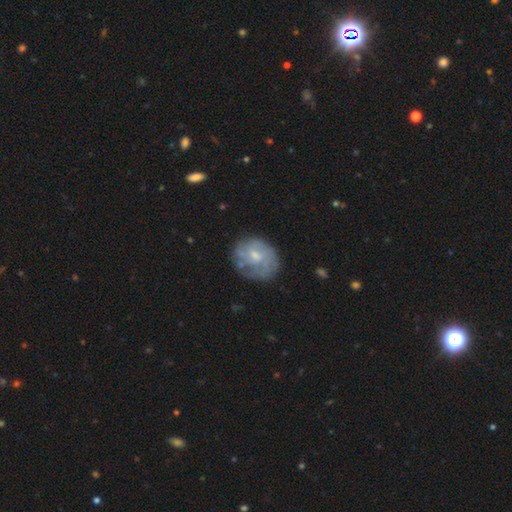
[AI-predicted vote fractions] Smooth or featured? featured or disk (58%)
Edge-on disk? no (97%)
Bar? no (62%)
Spiral arms? yes (66%)
Bulge size? small (48%)
Merging? none (63%)